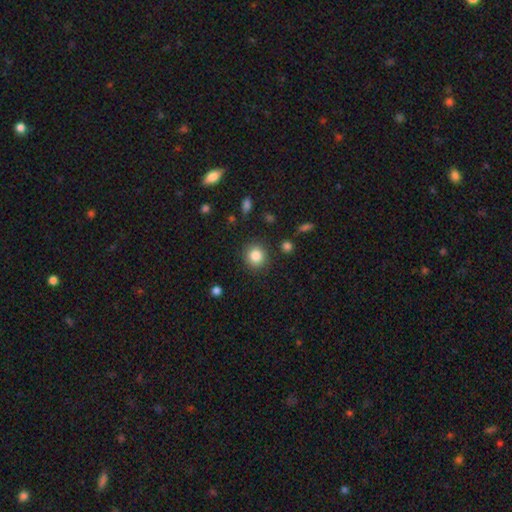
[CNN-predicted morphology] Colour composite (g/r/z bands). It shows a smooth galaxy with no disk features (85%) that is round (87%). Merging: none (88%).